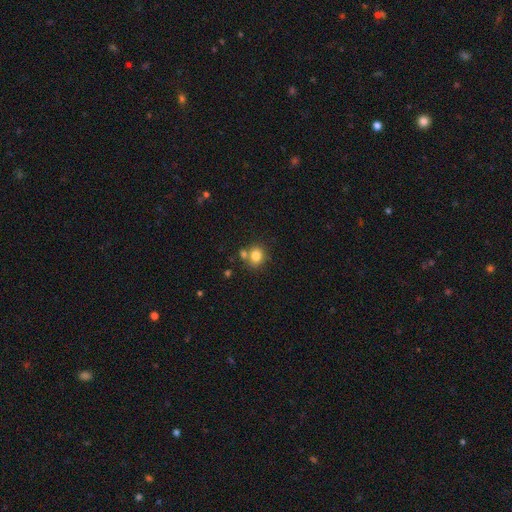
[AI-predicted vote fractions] smooth-or-featured: smooth: 81% | star or artifact: 11% | featured or disk: 8%
  how-rounded: round: 73% | in between: 26% | cigar-shaped: 1%
  merging: none: 63% | merger: 22% | minor disturbance: 11% | major disturbance: 4%